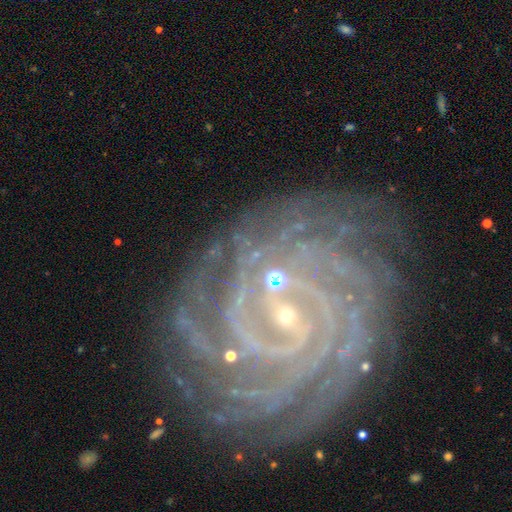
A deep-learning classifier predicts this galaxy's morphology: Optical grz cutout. It shows a featured or disk galaxy (91%) with a weak bar (38%), 4 (23%) tight (79%) spiral arms (98%) and a small central bulge (86%). Merging: none (75%).